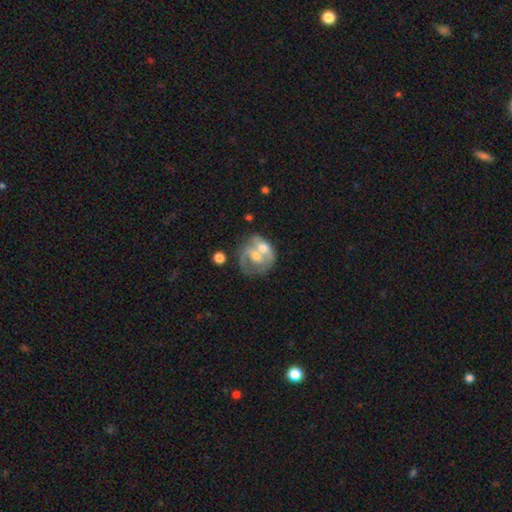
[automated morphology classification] A featured or disk galaxy (59%) with no bar (65%), no spiral arms (58%) and a moderate central bulge (62%).

Vote fractions:
- Smooth or featured? featured or disk: 59% / smooth: 34% / star or artifact: 7%
- Edge-on disk? no: 97% / yes: 3%
- Bar? no: 65% / weak: 26% / strong: 8%
- Spiral arms? no: 58% / yes: 42%
- Bulge size? moderate: 62% / small: 19% / large: 10% / none: 7% / dominant: 2%
- Merging? merger: 56% / none: 22% / major disturbance: 11% / minor disturbance: 10%